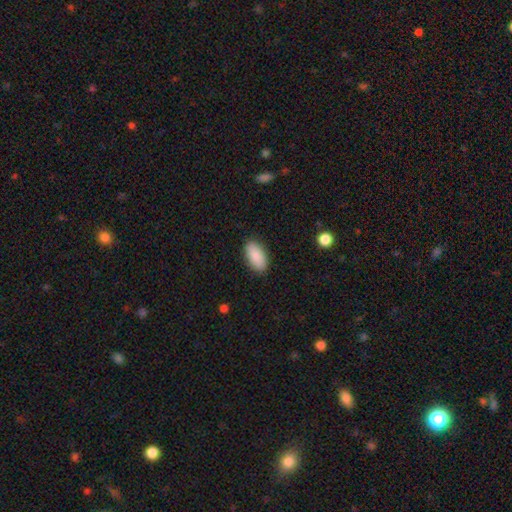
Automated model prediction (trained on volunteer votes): A smooth galaxy with no disk features (86%) that is in between round and cigar-shaped (93%). Merging: none (87%).